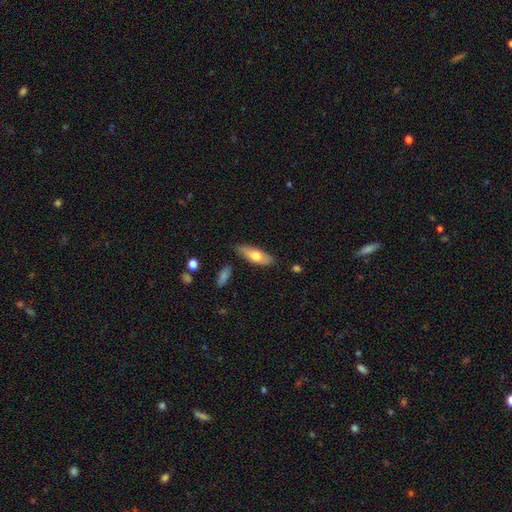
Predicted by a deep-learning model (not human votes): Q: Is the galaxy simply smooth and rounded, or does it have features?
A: smooth — 67%.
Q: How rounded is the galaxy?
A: in between — 68%.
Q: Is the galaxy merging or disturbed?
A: none — 81%.